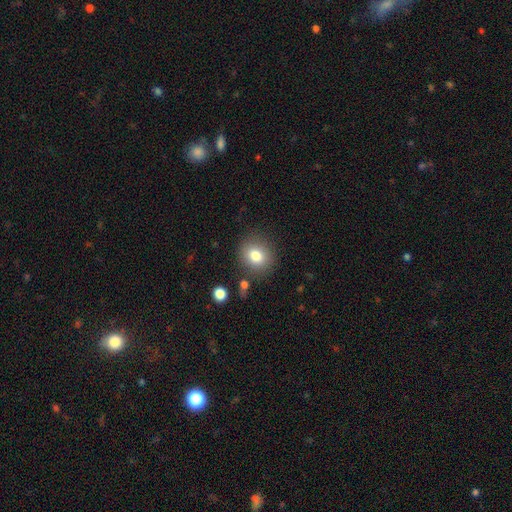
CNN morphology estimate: Smooth or featured? smooth (80%)
How rounded? round (76%)
Merging? none (83%)